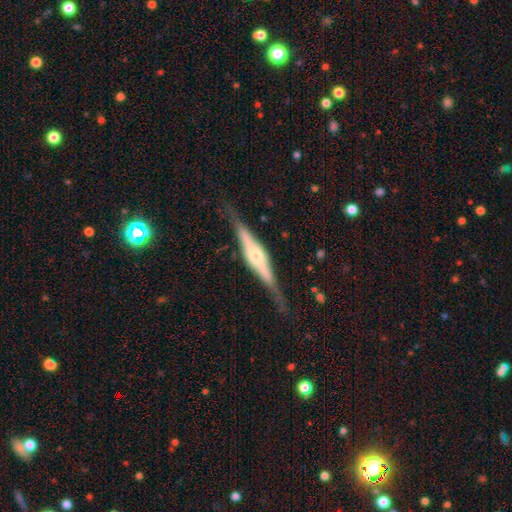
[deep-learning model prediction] Smooth or featured: featured or disk — 79% (smooth — 15%)
Edge-on disk: yes — 96% (no — 4%)
Edge-on bulge: rounded — 62% (boxy — 32%)
Merging: none — 82% (minor disturbance — 13%)